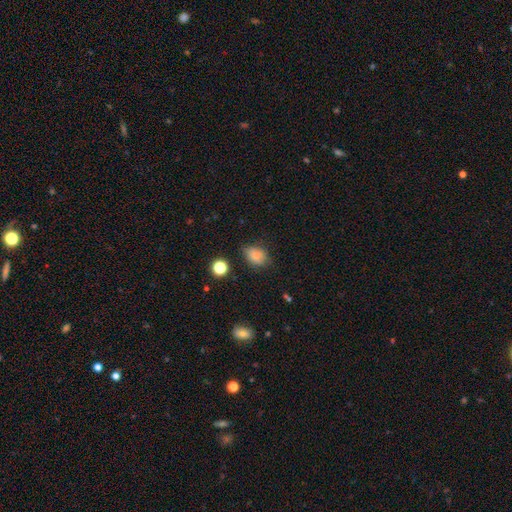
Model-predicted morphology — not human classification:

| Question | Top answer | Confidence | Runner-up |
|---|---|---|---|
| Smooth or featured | smooth | 82% | star or artifact (12%) |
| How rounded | in between | 69% | round (30%) |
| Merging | none | 70% | minor disturbance (23%) |